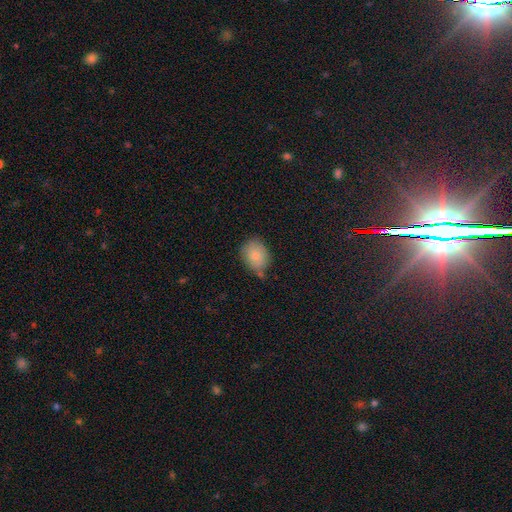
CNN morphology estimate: Smooth or featured: smooth — 83% (featured or disk — 9%)
How rounded: in between — 59% (round — 40%)
Merging: none — 61% (minor disturbance — 26%)